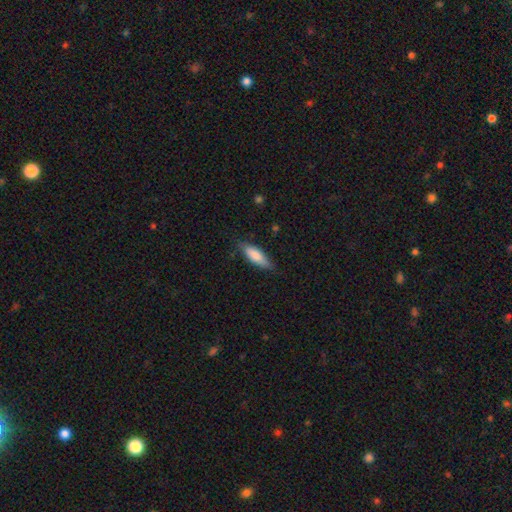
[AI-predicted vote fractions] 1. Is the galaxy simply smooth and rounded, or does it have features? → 79% smooth, 15% featured or disk, 6% star or artifact.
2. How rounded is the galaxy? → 54% in between, 44% cigar-shaped, 2% round.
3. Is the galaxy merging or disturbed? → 77% none, 18% minor disturbance, 3% major disturbance, 1% merger.